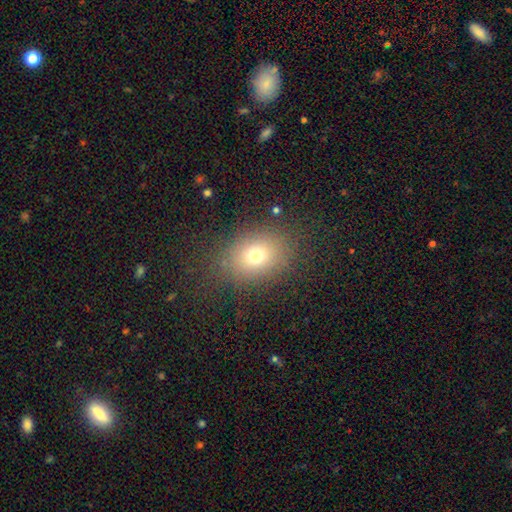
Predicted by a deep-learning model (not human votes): Smooth or featured: smooth — 71% (star or artifact — 16%)
How rounded: in between — 57% (round — 42%)
Merging: none — 79% (minor disturbance — 12%)